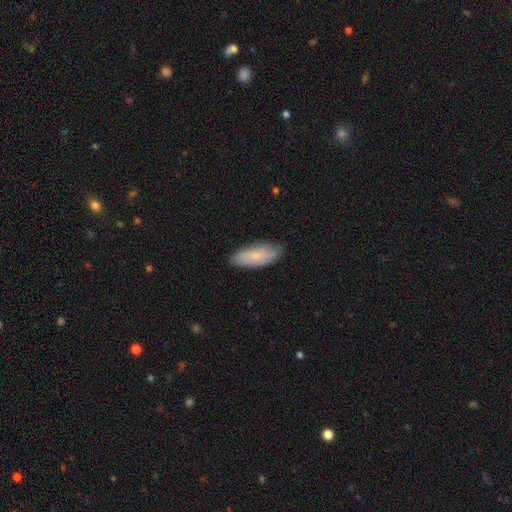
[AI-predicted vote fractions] This appears to be a smooth galaxy with no disk features (73%) that is in between round and cigar-shaped (76%). Merging: none (79%).